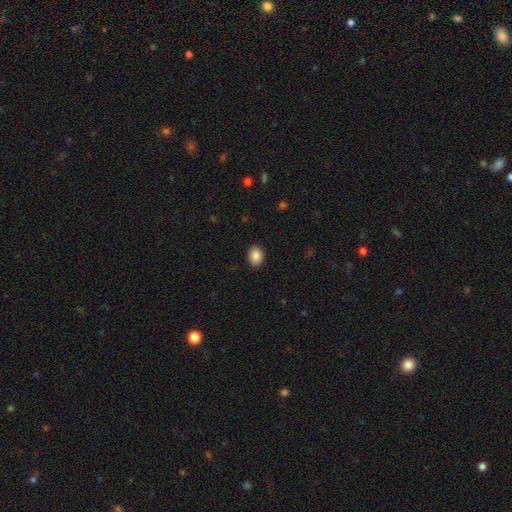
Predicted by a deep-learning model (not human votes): Smooth or featured?
  - smooth: 88% *
  - star or artifact: 8%
  - featured or disk: 4%
How rounded?
  - in between: 68% *
  - round: 31%
  - cigar-shaped: 1%
Merging?
  - none: 90% *
  - minor disturbance: 7%
  - major disturbance: 2%
  - merger: 1%